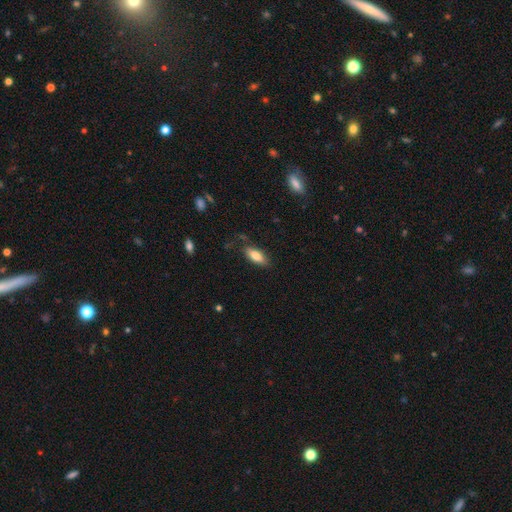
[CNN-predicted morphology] This is likely a smooth galaxy (80%). How rounded: likely in between (78%). Merging: likely none (75%).